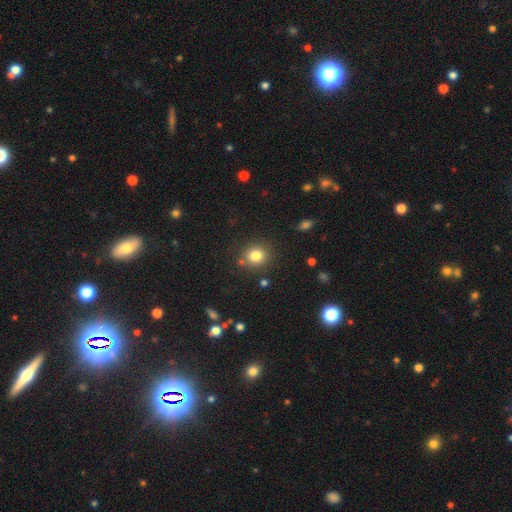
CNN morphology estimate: Smooth or featured?
  - smooth: 81% *
  - star or artifact: 12%
  - featured or disk: 7%
How rounded?
  - round: 81% *
  - in between: 18%
  - cigar-shaped: 1%
Merging?
  - none: 83% *
  - minor disturbance: 9%
  - merger: 5%
  - major disturbance: 3%